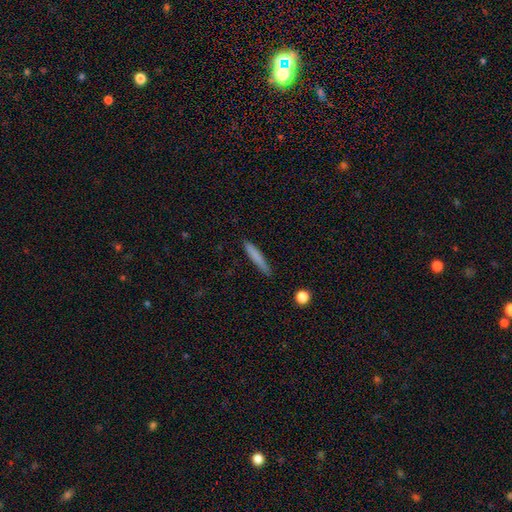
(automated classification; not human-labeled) This is likely a smooth galaxy (77%). How rounded: clearly cigar-shaped (94%). Merging: clearly none (84%).